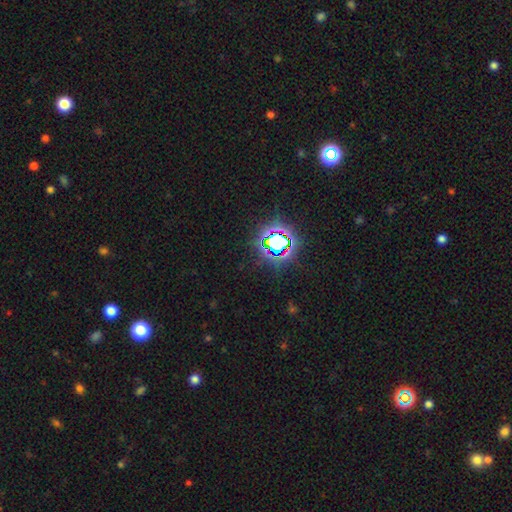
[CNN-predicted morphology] smooth_or_featured: star or artifact (p=0.79) [alt: smooth p=0.14]